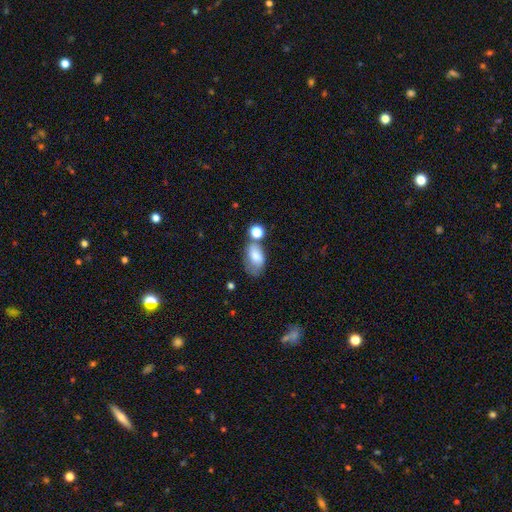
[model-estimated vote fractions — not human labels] Smooth or featured? smooth (75%)
How rounded? in between (89%)
Merging? none (38%)